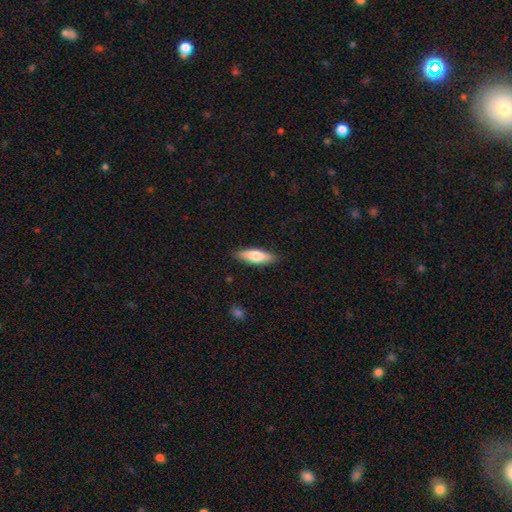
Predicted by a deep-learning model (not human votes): Morphology: type=smooth (71%); roundness=in between (50%); merging=none (87%).